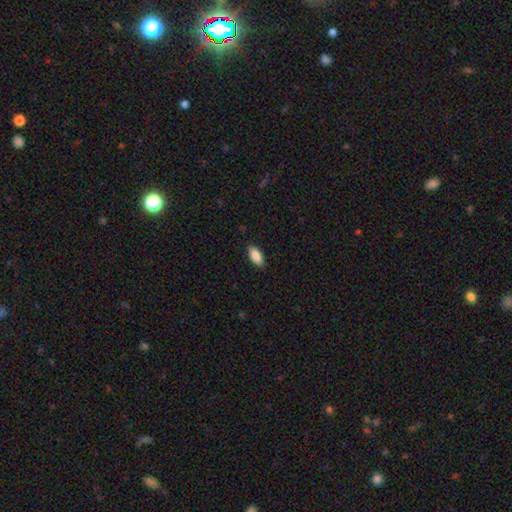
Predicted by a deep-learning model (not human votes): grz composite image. It shows a smooth galaxy with no disk features (88%) that is in between round and cigar-shaped (89%). Merging: none (89%).